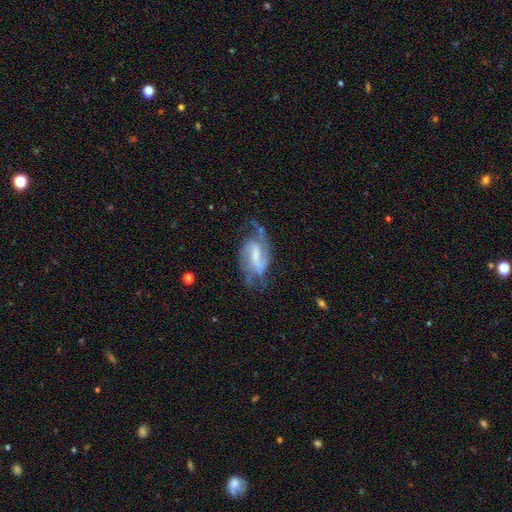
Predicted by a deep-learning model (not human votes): smooth_or_featured: featured or disk (p=0.85) [alt: smooth p=0.09]
disk_edge_on: no (p=0.96) [alt: yes p=0.04]
bar: weak (p=0.51) [alt: strong p=0.29]
has_spiral_arms: yes (p=0.96) [alt: no p=0.04]
spiral_winding: medium (p=0.51) [alt: loose p=0.25]
spiral_arm_count: 2 (p=0.68) [alt: 3 p=0.12]
bulge_size: small (p=0.36) [alt: moderate p=0.34]
merging: none (p=0.61) [alt: minor disturbance p=0.21]